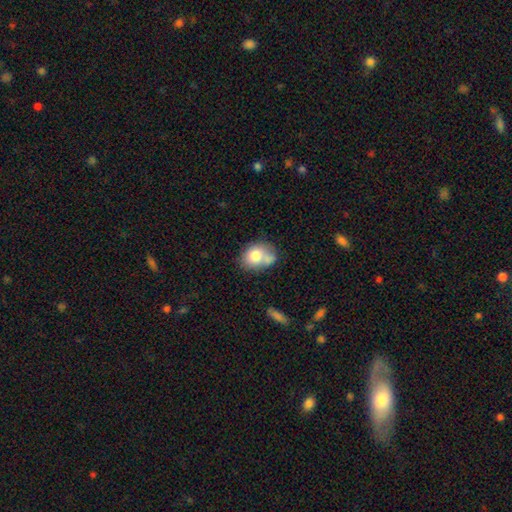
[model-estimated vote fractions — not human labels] Q: Smooth or featured?
A: smooth (75%); runner-up: featured or disk (17%)
Q: How rounded?
A: in between (60%); runner-up: round (39%)
Q: Merging?
A: none (43%); runner-up: merger (29%)